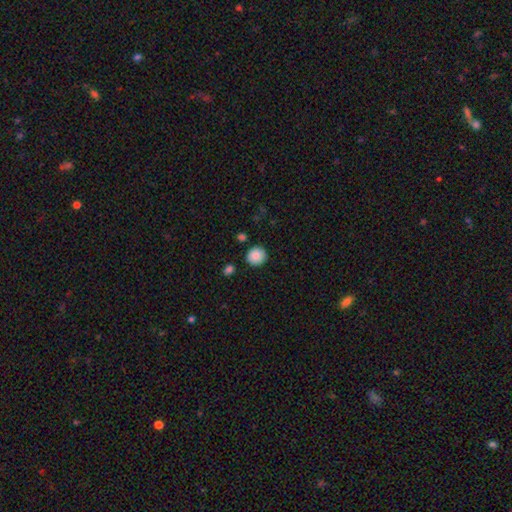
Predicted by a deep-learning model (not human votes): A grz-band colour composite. It shows a smooth galaxy with no disk features (87%) that is round (90%). Merging: none (88%).